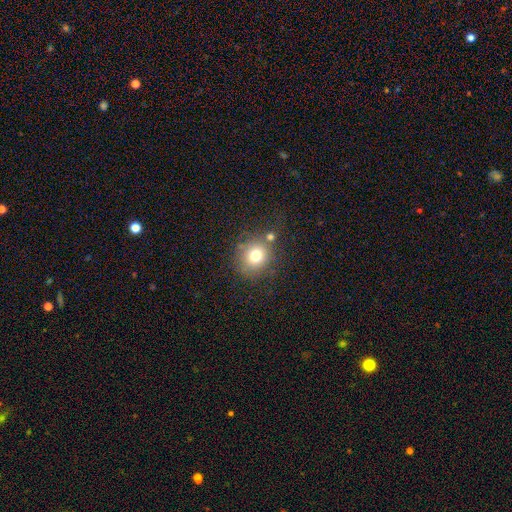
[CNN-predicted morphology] Smooth or featured? smooth (74%)
How rounded? round (84%)
Merging? none (70%)